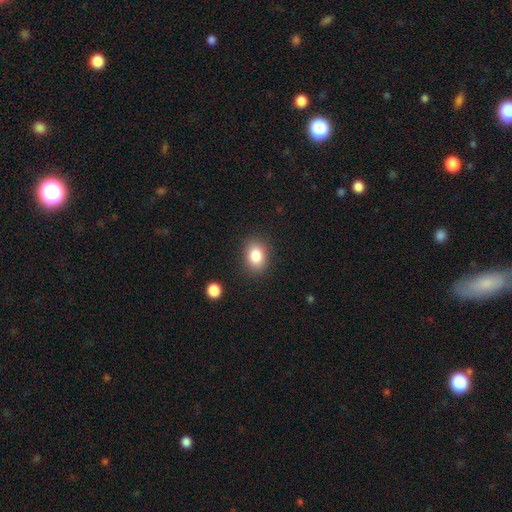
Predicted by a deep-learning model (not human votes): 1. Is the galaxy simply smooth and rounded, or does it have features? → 84% smooth, 9% star or artifact, 7% featured or disk.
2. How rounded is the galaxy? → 65% in between, 33% round, 1% cigar-shaped.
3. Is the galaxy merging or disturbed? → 85% none, 10% minor disturbance, 3% major disturbance, 2% merger.